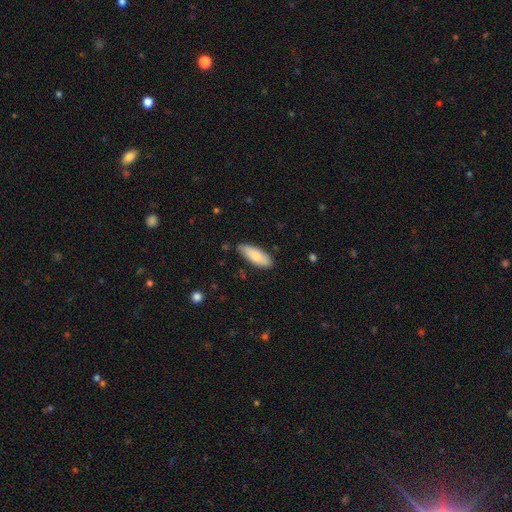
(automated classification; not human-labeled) A smooth galaxy with no disk features (81%) that is in between round and cigar-shaped (74%).

Vote fractions:
- Smooth or featured? smooth: 81% / featured or disk: 13% / star or artifact: 6%
- How rounded? in between: 74% / cigar-shaped: 25% / round: 2%
- Merging? none: 81% / minor disturbance: 15% / major disturbance: 2% / merger: 2%